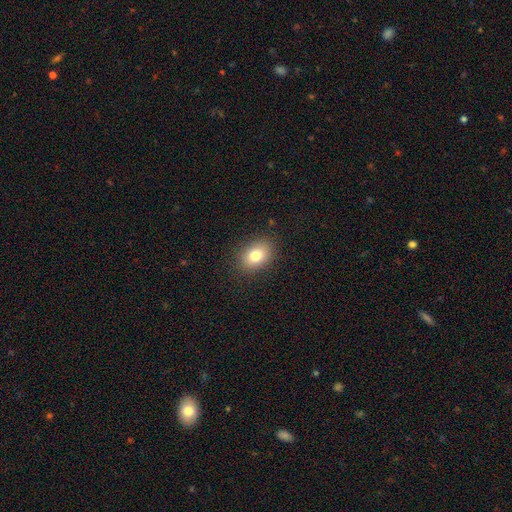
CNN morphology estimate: A smooth galaxy with no disk features (80%) that is in between round and cigar-shaped (75%).

Vote fractions:
- Smooth or featured? smooth: 80% / featured or disk: 10% / star or artifact: 10%
- How rounded? in between: 75% / round: 24% / cigar-shaped: 1%
- Merging? none: 87% / minor disturbance: 9% / major disturbance: 3% / merger: 1%